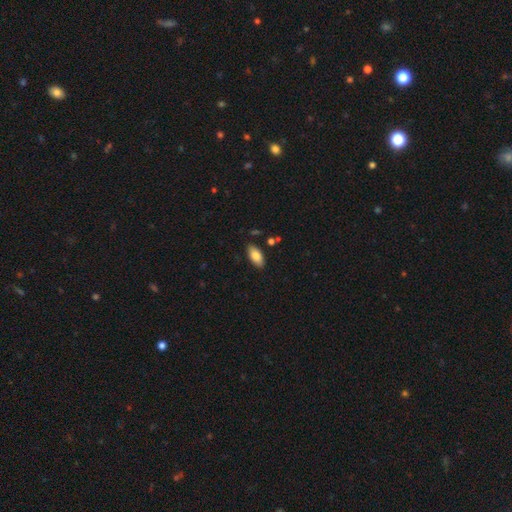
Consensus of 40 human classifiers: Smooth or featured?
  - smooth: 82% *
  - featured or disk: 15%
  - star or artifact: 2%
How rounded?
  - in between: 79% *
  - cigar-shaped: 18%
  - round: 3%
Merging?
  - none: 64% *
  - minor disturbance: 18%
  - merger: 13%
  - major disturbance: 5%